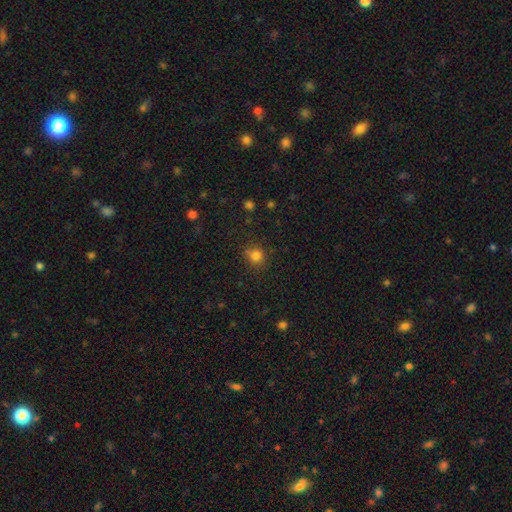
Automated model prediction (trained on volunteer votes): This is clearly a smooth galaxy (81%). How rounded: clearly round (86%). Merging: clearly none (82%).